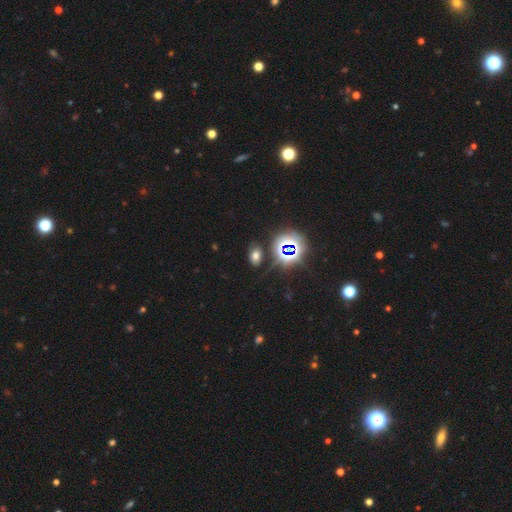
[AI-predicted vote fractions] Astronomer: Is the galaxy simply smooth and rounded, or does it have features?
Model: smooth — 55% (runner-up: star or artifact, 36%).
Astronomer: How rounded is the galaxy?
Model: in between — 84%.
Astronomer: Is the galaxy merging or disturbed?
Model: none — 81%.